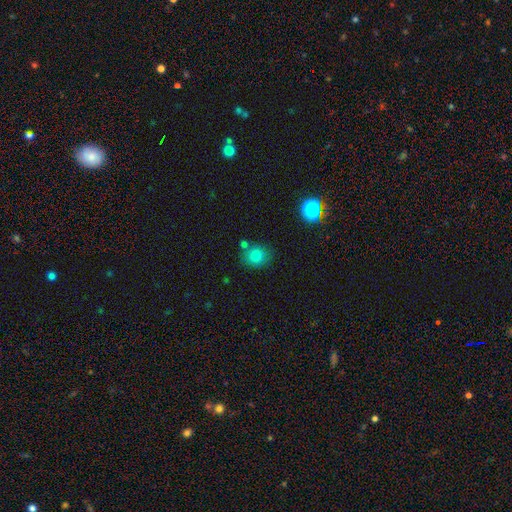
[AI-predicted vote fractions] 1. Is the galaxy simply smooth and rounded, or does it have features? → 79% smooth, 12% star or artifact, 9% featured or disk.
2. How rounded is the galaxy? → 75% round, 24% in between, 1% cigar-shaped.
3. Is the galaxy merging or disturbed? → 72% none, 12% merger, 12% minor disturbance, 3% major disturbance.